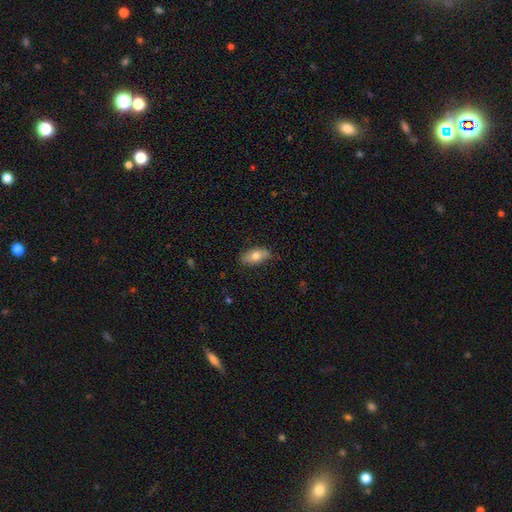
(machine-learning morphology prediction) This is likely a smooth galaxy (72%). How rounded: clearly in between (90%). Merging: clearly none (82%).